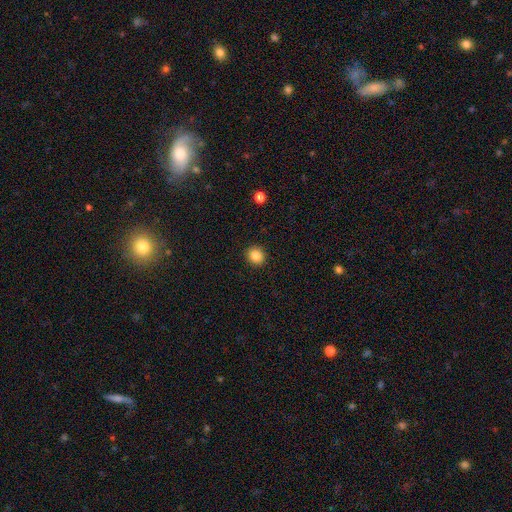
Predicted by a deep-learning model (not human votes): Smooth or featured: smooth — 85% (star or artifact — 10%)
How rounded: round — 87% (in between — 12%)
Merging: none — 92% (minor disturbance — 5%)